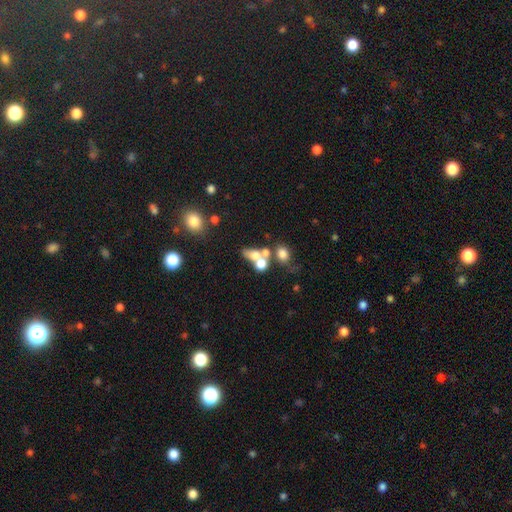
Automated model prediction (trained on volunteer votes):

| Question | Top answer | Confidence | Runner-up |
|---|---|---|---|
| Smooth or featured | smooth | 61% | featured or disk (24%) |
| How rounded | in between | 56% | round (37%) |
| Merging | merger | 52% | none (29%) |